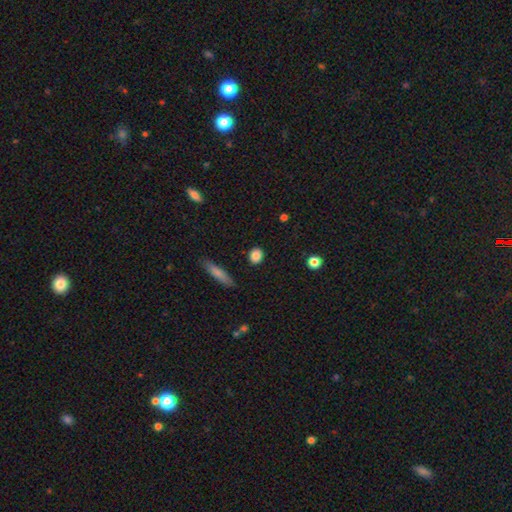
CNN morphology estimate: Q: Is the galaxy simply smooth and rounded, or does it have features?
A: smooth — 86%.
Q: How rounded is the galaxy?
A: round — 62%.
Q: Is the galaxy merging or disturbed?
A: none — 89%.